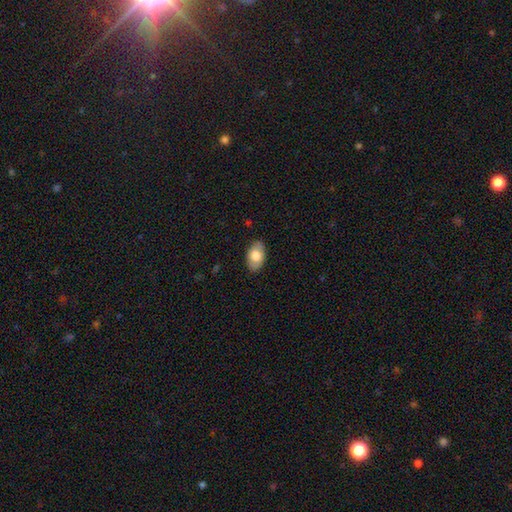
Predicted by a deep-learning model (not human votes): This appears to be a smooth galaxy with no disk features (75%) that is in between round and cigar-shaped (92%). Merging: none (85%).